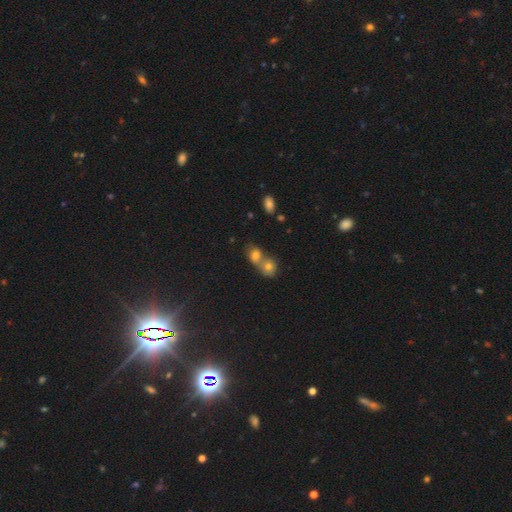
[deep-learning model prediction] smooth 69%, star or artifact 16%, featured or disk 15%. Down the decision tree: how rounded — round (62%); merging — merger (63%).